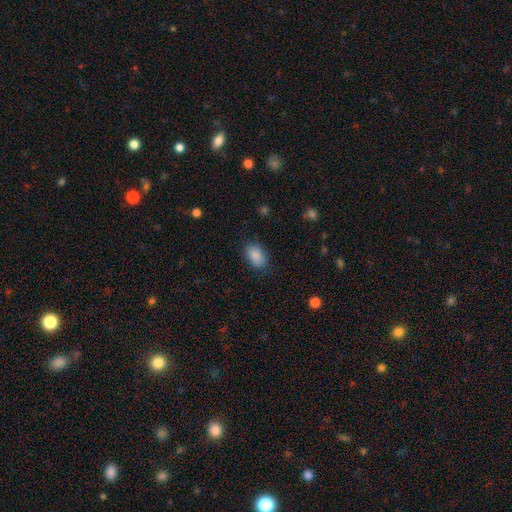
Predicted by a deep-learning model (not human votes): smooth_or_featured: smooth (p=0.88) [alt: star or artifact p=0.08]
how_rounded: in between (p=0.85) [alt: round p=0.14]
merging: none (p=0.85) [alt: minor disturbance p=0.11]